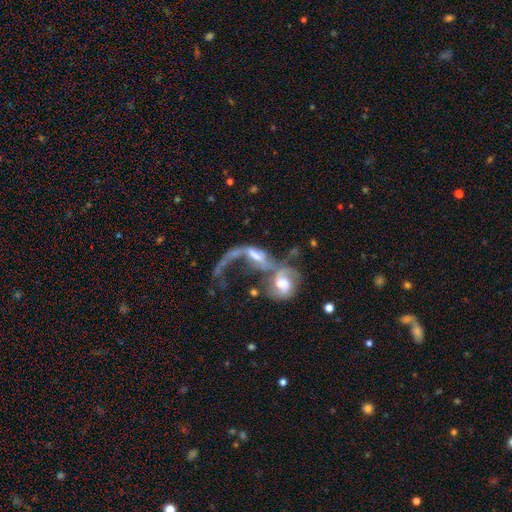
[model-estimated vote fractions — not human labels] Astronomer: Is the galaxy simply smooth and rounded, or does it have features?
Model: featured or disk — 67%.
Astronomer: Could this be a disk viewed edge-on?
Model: no — 91%.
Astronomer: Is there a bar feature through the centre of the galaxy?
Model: no — 42% (runner-up: weak, 34%).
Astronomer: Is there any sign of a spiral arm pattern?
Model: yes — 70%.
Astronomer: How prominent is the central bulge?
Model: moderate — 38% (runner-up: small, 23%).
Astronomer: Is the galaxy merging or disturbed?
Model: merger — 68%.